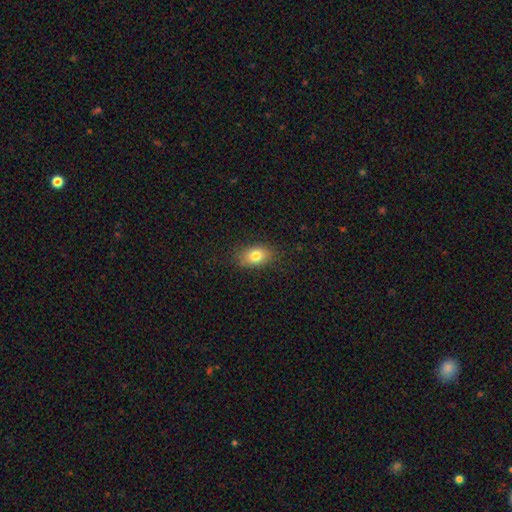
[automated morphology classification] Overall: smooth (79%). How rounded: in between (82%). Merging: none (83%).